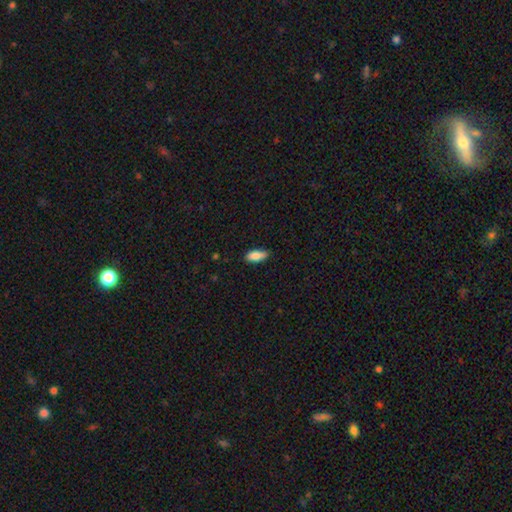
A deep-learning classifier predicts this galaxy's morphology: The model was most divided on "how rounded": in between: 84%, cigar-shaped: 14%, round: 2%. More confident: smooth or featured — smooth (85%); merging — none (83%).